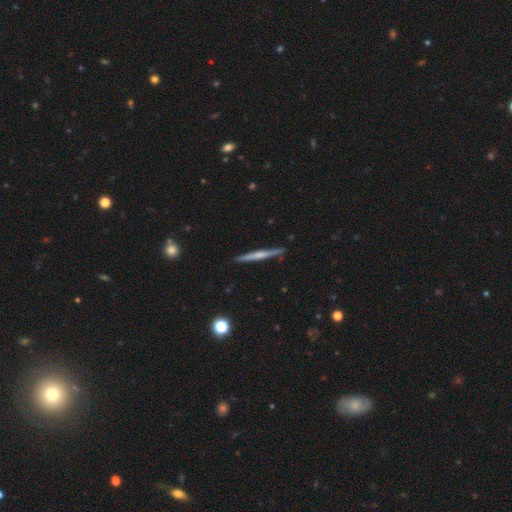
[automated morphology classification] A featured or disk galaxy (66%) viewed edge-on (98%) with a rounded central bulge (60%).

Vote fractions:
- Smooth or featured? featured or disk: 66% / smooth: 28% / star or artifact: 6%
- Edge-on disk? yes: 98% / no: 2%
- Edge-on bulge? rounded: 60% / none: 30% / boxy: 10%
- Merging? none: 92% / minor disturbance: 6% / merger: 1% / major disturbance: 1%